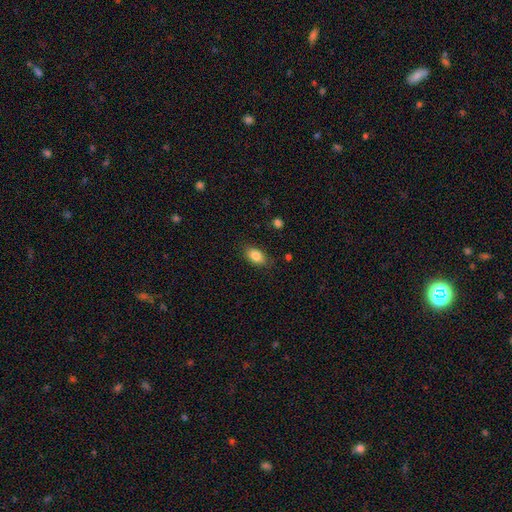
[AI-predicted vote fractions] This appears to be a smooth galaxy with no disk features (85%) that is in between round and cigar-shaped (89%). Merging: none (83%).